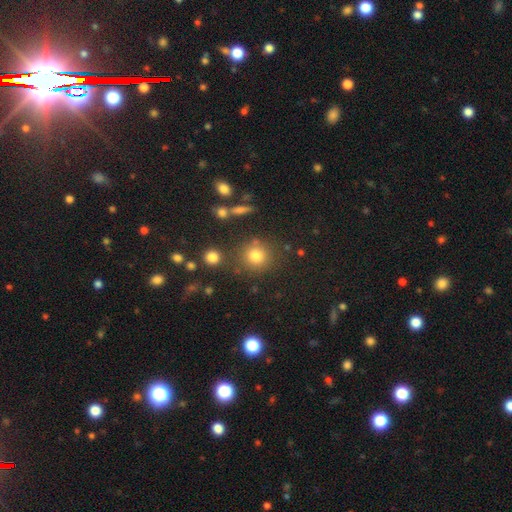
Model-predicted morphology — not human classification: This appears to be a smooth galaxy with no disk features (78%) that is round (89%). Merging: none (77%).